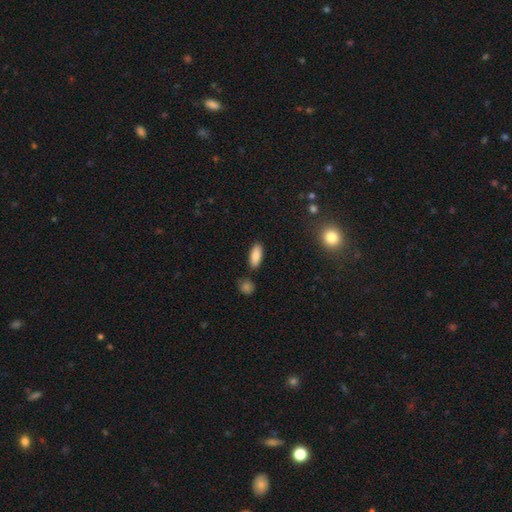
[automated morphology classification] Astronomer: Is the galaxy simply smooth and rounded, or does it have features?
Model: smooth — 87%.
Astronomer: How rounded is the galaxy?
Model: in between — 77%.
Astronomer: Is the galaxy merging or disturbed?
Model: none — 85%.